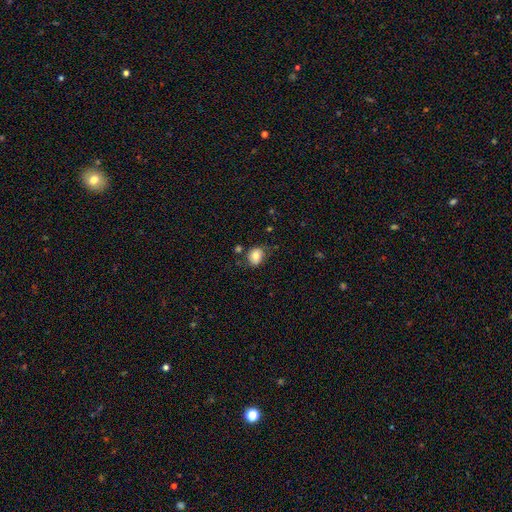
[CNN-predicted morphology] The model was most divided on "how rounded": round: 59%, in between: 40%, cigar-shaped: 1%. More confident: smooth or featured — smooth (76%); merging — none (69%).